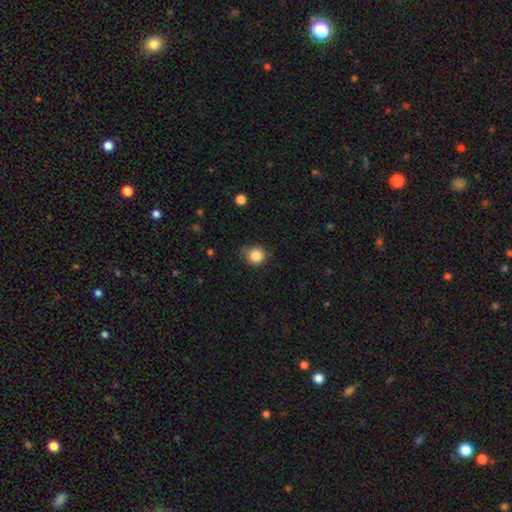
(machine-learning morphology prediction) A smooth galaxy with no disk features (84%) that is round (82%).

Vote fractions:
- Smooth or featured? smooth: 84% / star or artifact: 10% / featured or disk: 6%
- How rounded? round: 82% / in between: 17% / cigar-shaped: 1%
- Merging? none: 67% / minor disturbance: 26% / major disturbance: 5% / merger: 2%